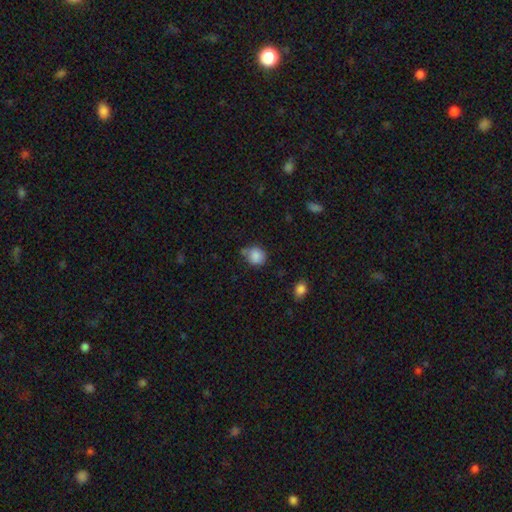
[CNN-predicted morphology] A smooth galaxy with no disk features (85%) that is round (77%).

Vote fractions:
- Smooth or featured? smooth: 85% / star or artifact: 10% / featured or disk: 6%
- How rounded? round: 77% / in between: 22% / cigar-shaped: 1%
- Merging? none: 59% / minor disturbance: 27% / merger: 9% / major disturbance: 6%